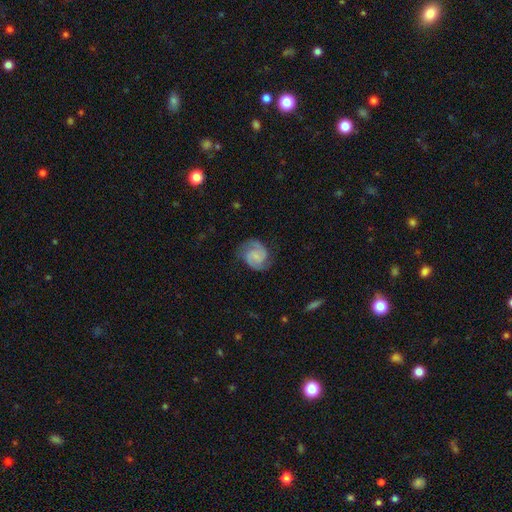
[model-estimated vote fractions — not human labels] Morphology: type=featured or disk (79%); edge-on=no (98%); bar=no (47%); spiral arms=yes (97%); winding=medium (52%); arm count=2 (90%); bulge=small (43%); merging=none (77%).